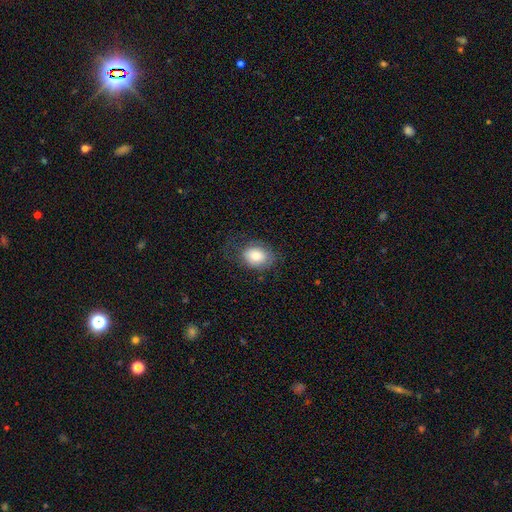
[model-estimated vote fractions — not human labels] Smooth or featured? Predicted: smooth (p=0.78). How rounded? Predicted: in between (p=0.65). Merging? Predicted: none (p=0.64).